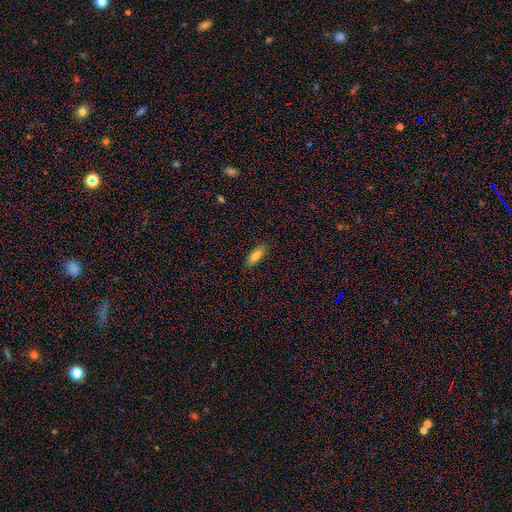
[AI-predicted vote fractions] smooth_or_featured: smooth (p=0.83) [alt: featured or disk p=0.10]
how_rounded: in between (p=0.74) [alt: cigar-shaped p=0.23]
merging: none (p=0.86) [alt: minor disturbance p=0.11]